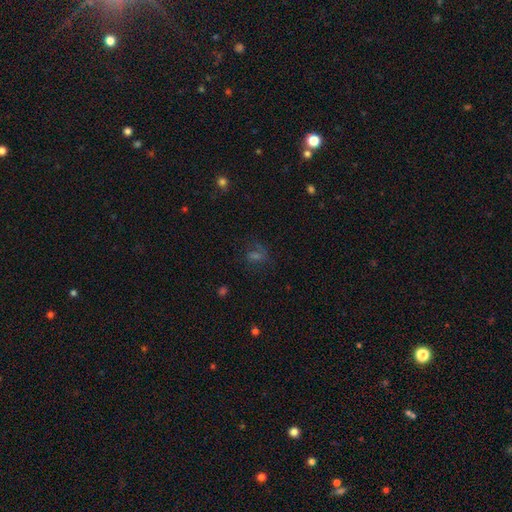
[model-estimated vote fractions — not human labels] Smooth or featured?
  - star or artifact: 37% * (tied)
  - smooth: 37% * (tied)
  - featured or disk: 26%